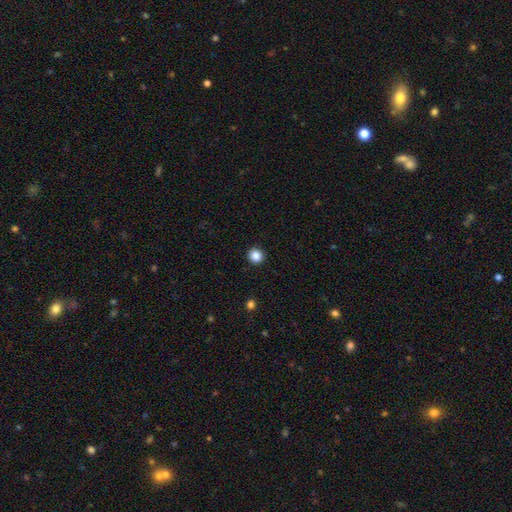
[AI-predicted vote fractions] The model was most divided on "smooth or featured": smooth: 86%, star or artifact: 11%, featured or disk: 3%. More confident: how rounded — round (93%); merging — none (93%).